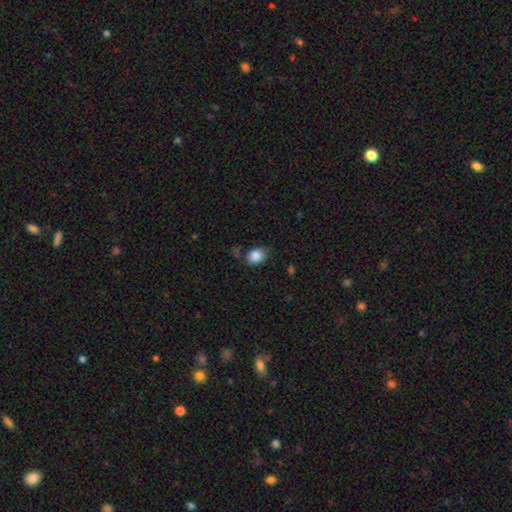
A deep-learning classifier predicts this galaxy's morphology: Smooth or featured?
  - smooth: 86% *
  - star or artifact: 9%
  - featured or disk: 5%
How rounded?
  - in between: 64% *
  - round: 35%
  - cigar-shaped: 1%
Merging?
  - none: 73% *
  - minor disturbance: 19%
  - major disturbance: 4%
  - merger: 4%